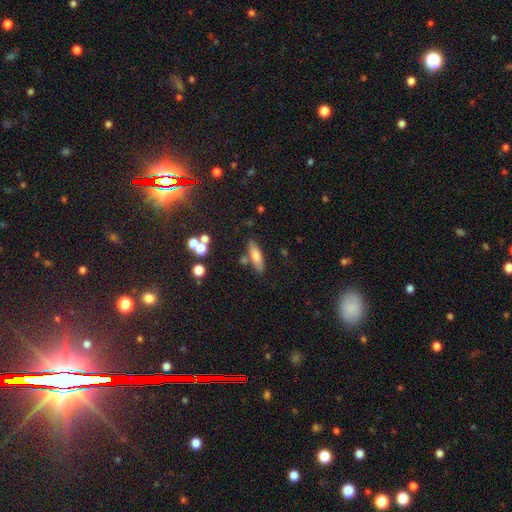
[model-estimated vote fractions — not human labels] Smooth or featured? Predicted: smooth (p=0.70). How rounded? Predicted: cigar-shaped (p=0.54). Merging? Predicted: none (p=0.75).